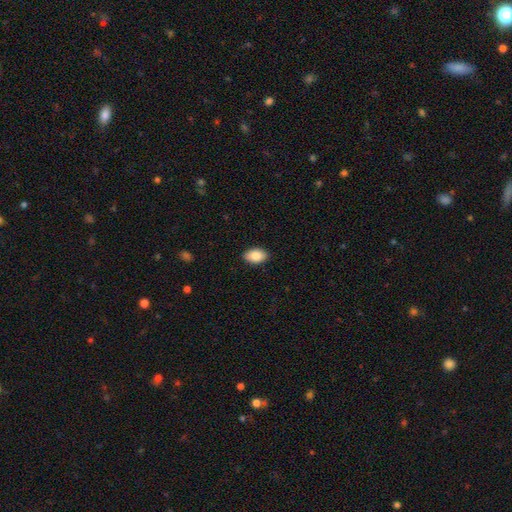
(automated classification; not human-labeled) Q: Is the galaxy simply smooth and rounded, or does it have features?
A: smooth — 87%.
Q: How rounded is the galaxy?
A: in between — 91%.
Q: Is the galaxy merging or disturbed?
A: none — 88%.